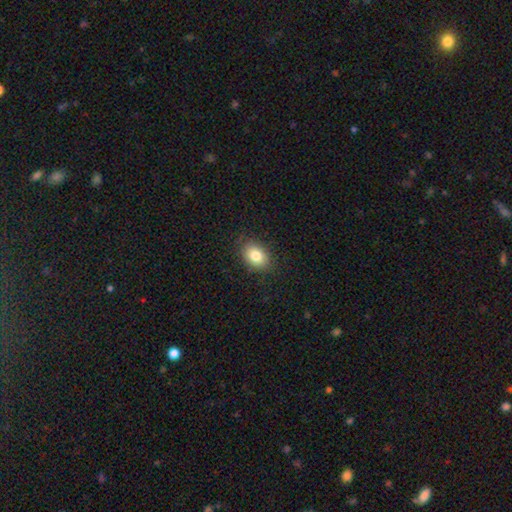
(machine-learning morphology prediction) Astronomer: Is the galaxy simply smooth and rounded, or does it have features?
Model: smooth — 82%.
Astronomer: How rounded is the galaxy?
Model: in between — 72%.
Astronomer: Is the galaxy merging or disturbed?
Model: none — 84%.